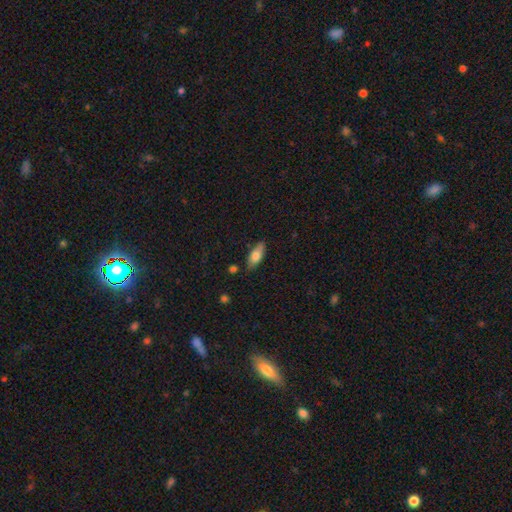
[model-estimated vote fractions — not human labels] Morphology: type=smooth (76%); roundness=in between (79%); merging=none (80%).